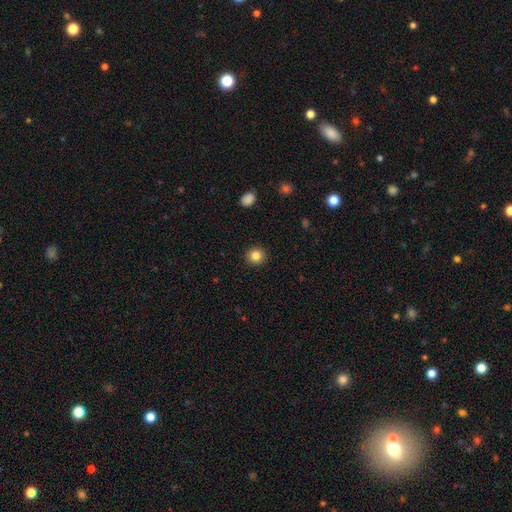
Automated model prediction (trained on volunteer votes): Smooth or featured? smooth (84%)
How rounded? round (90%)
Merging? none (92%)